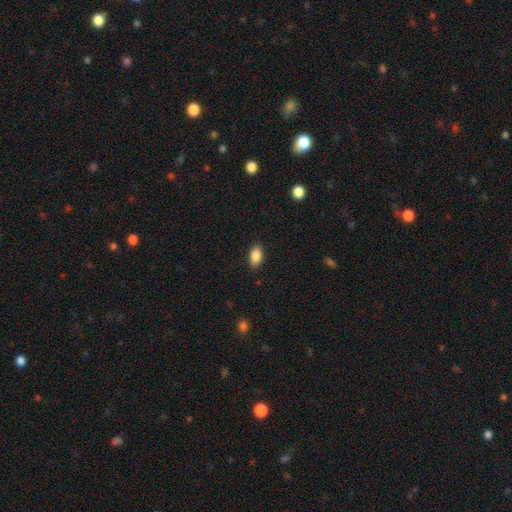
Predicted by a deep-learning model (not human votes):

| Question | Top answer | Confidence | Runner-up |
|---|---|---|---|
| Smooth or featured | smooth | 88% | star or artifact (7%) |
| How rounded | in between | 92% | round (5%) |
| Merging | none | 88% | minor disturbance (9%) |